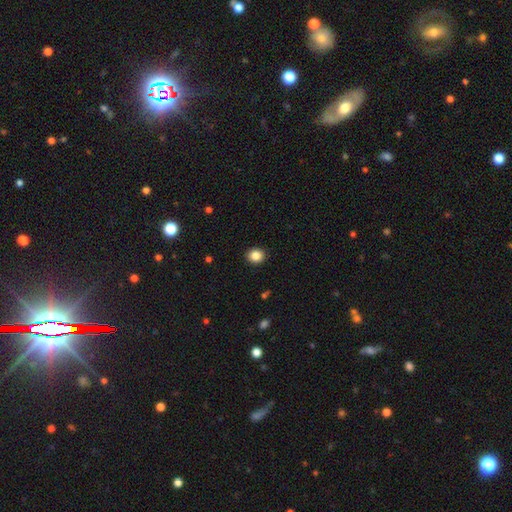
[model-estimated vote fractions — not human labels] smooth_or_featured: smooth (p=0.86) [alt: star or artifact p=0.10]
how_rounded: round (p=0.71) [alt: in between p=0.28]
merging: none (p=0.91) [alt: minor disturbance p=0.06]